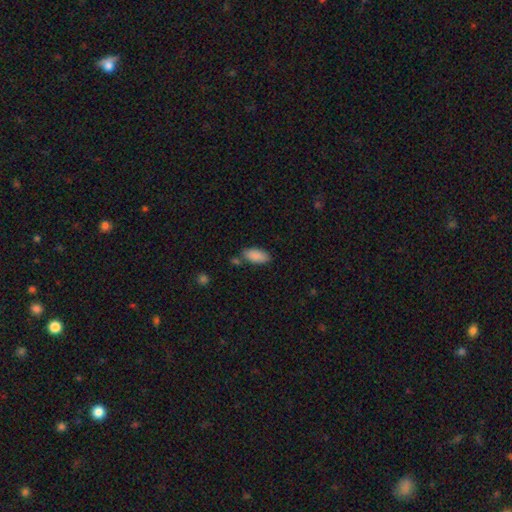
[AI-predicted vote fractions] Smooth or featured? Predicted: smooth (p=0.89). How rounded? Predicted: in between (p=0.91). Merging? Predicted: none (p=0.70).